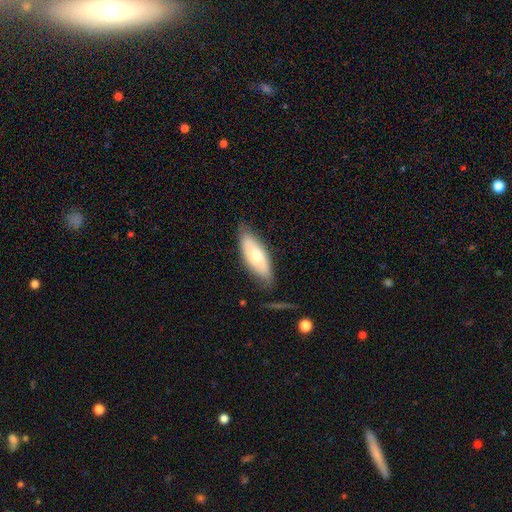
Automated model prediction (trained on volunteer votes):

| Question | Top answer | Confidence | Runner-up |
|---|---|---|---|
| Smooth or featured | smooth | 65% | featured or disk (29%) |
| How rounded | in between | 71% | cigar-shaped (27%) |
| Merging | none | 73% | minor disturbance (20%) |